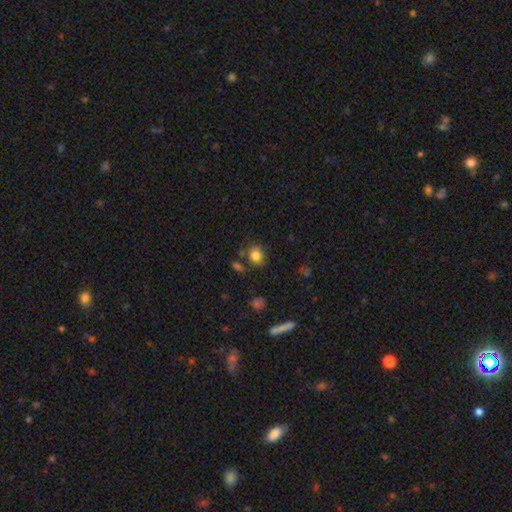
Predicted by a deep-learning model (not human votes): Overall: smooth (83%). How rounded: round (64%; in between 34%). Merging: none (75%).